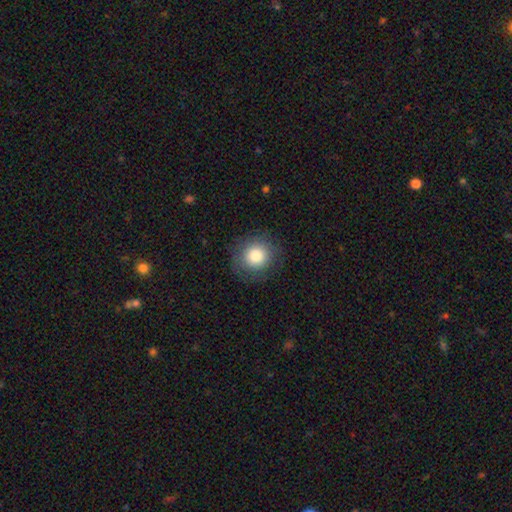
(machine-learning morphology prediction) This appears to be a smooth galaxy with no disk features (81%) that is round (86%). Merging: none (84%).